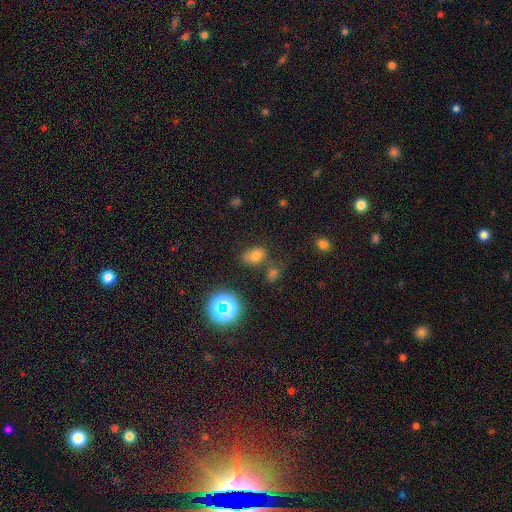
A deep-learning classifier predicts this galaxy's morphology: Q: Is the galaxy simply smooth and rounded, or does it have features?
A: smooth — 68%.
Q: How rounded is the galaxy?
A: in between — 76%.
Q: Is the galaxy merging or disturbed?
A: none — 61%.